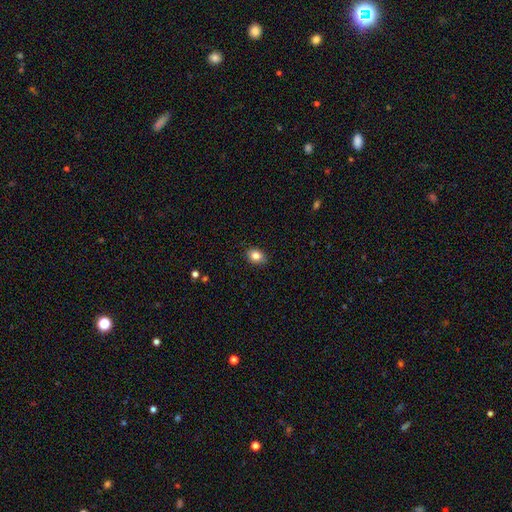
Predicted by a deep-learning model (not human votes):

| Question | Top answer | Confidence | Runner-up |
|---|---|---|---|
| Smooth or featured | smooth | 83% | star or artifact (10%) |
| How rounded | in between | 61% | round (38%) |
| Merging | none | 86% | minor disturbance (11%) |